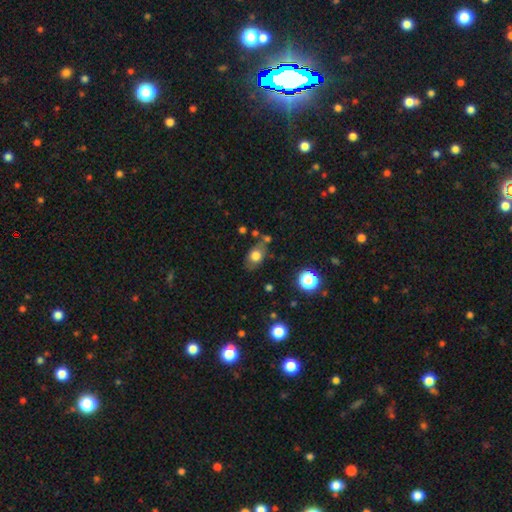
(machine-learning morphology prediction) A smooth galaxy with no disk features (73%) that is in between round and cigar-shaped (72%). Merging: none (62%).